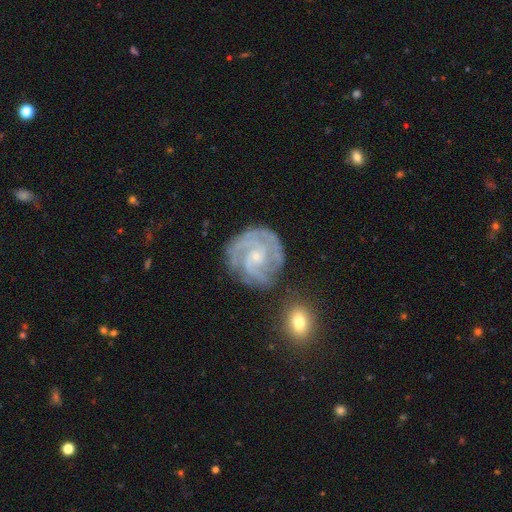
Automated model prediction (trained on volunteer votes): Q: Smooth or featured?
A: featured or disk (89%); runner-up: smooth (6%)
Q: Edge-on disk?
A: no (98%); runner-up: yes (2%)
Q: Bar?
A: no (68%); runner-up: weak (26%)
Q: Spiral arms?
A: yes (98%); runner-up: no (2%)
Q: Spiral winding?
A: tight (72%); runner-up: medium (25%)
Q: Spiral arm count?
A: 3 (38%); runner-up: 2 (24%)
Q: Bulge size?
A: small (76%); runner-up: moderate (18%)
Q: Merging?
A: none (72%); runner-up: minor disturbance (17%)